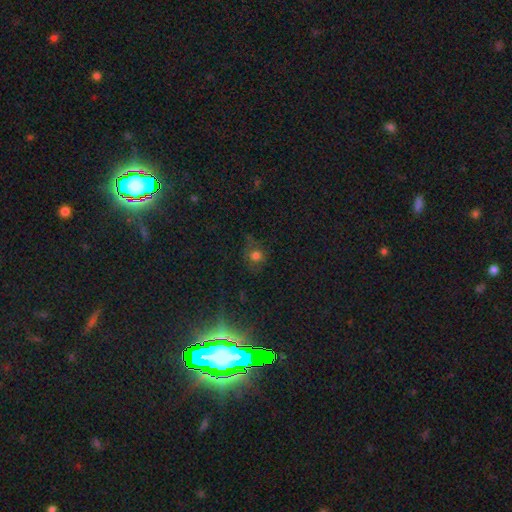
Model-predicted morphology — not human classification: A smooth galaxy with no disk features (62%) that is round (83%). Merging: none (69%).